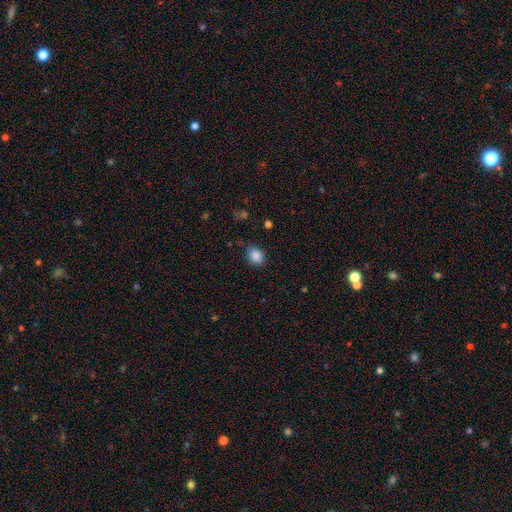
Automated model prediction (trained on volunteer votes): Smooth or featured? smooth (87%)
How rounded? in between (57%)
Merging? none (79%)